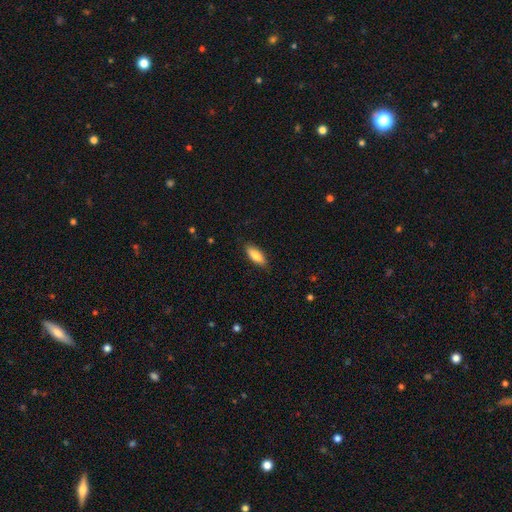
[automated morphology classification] Smooth or featured?
  - smooth: 82% *
  - featured or disk: 12%
  - star or artifact: 6%
How rounded?
  - in between: 72% *
  - cigar-shaped: 26%
  - round: 2%
Merging?
  - none: 85% *
  - minor disturbance: 12%
  - major disturbance: 2%
  - merger: 1%